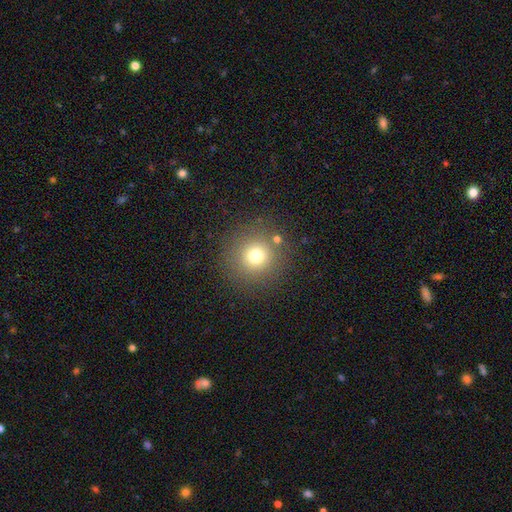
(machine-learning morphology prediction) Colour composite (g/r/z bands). It shows a smooth galaxy with no disk features (73%) that is round (95%). Merging: none (86%).